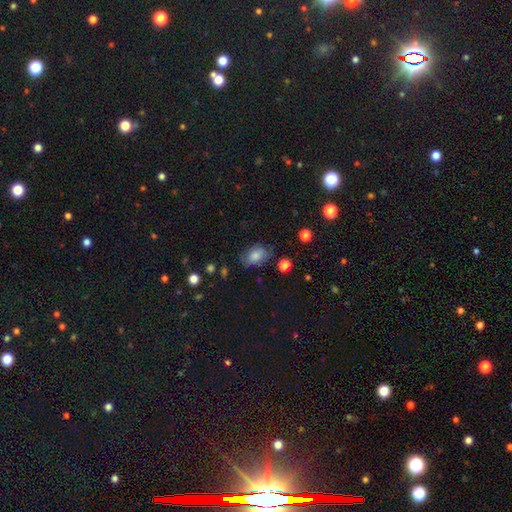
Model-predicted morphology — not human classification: Smooth or featured: smooth — 74% (featured or disk — 17%)
How rounded: in between — 84% (round — 15%)
Merging: none — 63% (minor disturbance — 26%)